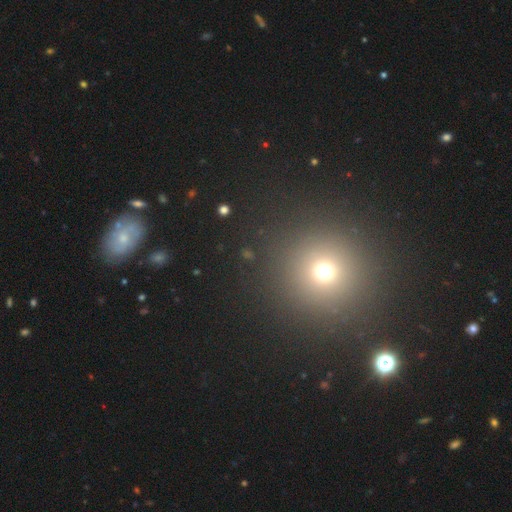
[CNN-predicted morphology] smooth_or_featured: smooth (p=0.54) [alt: star or artifact p=0.38]
how_rounded: round (p=0.92) [alt: in between p=0.07]
merging: none (p=0.91) [alt: minor disturbance p=0.05]